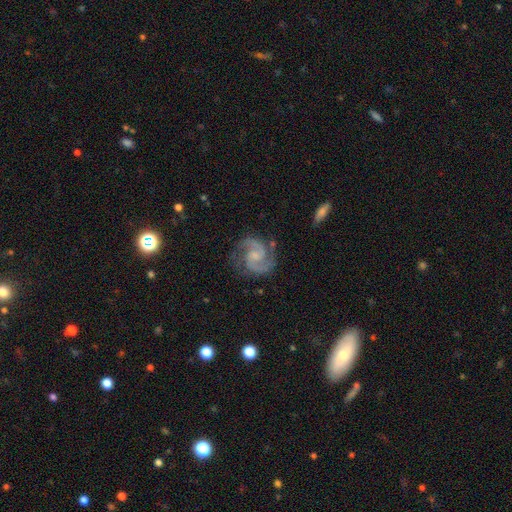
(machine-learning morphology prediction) smooth-or-featured: featured or disk: 93% | star or artifact: 4% | smooth: 3%
  disk-edge-on: no: 98% | yes: 2%
    bar: no: 49% | weak: 42% | strong: 9%
    has-spiral-arms: yes: 99% | no: 1%
      spiral-winding: medium: 60% | tight: 31% | loose: 9%
      spiral-arm-count: 2: 93% | 3: 2% | can't tell: 2% | 1: 1% | 4: 1% | more than 4: 1%
    bulge-size: small: 48% | none: 25% | moderate: 24% | large: 2% | dominant: 1%
  merging: none: 80% | minor disturbance: 14% | major disturbance: 4% | merger: 2%